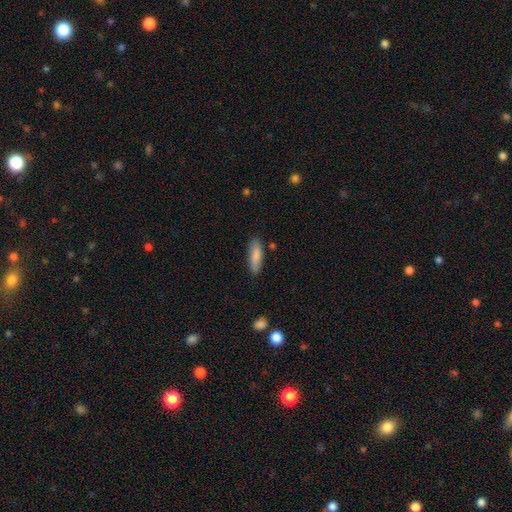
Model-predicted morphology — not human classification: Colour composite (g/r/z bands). It shows a smooth galaxy with no disk features (85%) that is cigar-shaped (57%). Merging: none (83%).